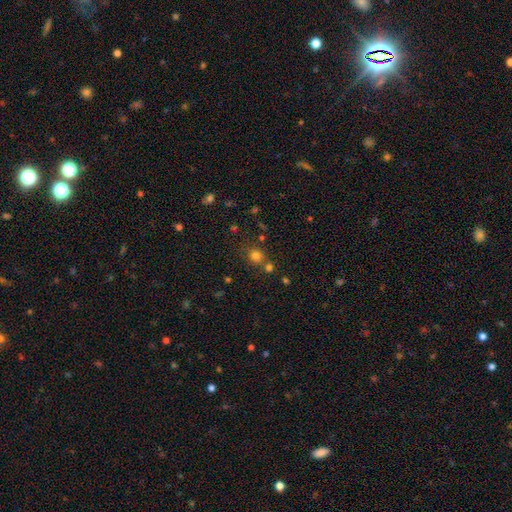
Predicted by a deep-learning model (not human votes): Q: Smooth or featured?
A: smooth (75%); runner-up: star or artifact (18%)
Q: How rounded?
A: round (85%); runner-up: in between (14%)
Q: Merging?
A: none (69%); runner-up: merger (18%)